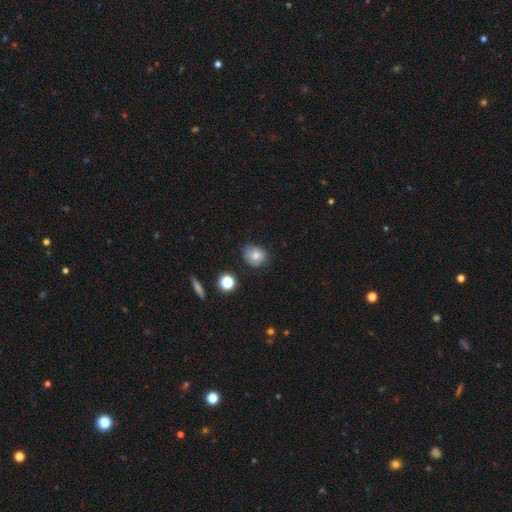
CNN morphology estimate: Smooth or featured: smooth — 70% (featured or disk — 18%)
How rounded: round — 64% (in between — 35%)
Merging: none — 63% (minor disturbance — 28%)